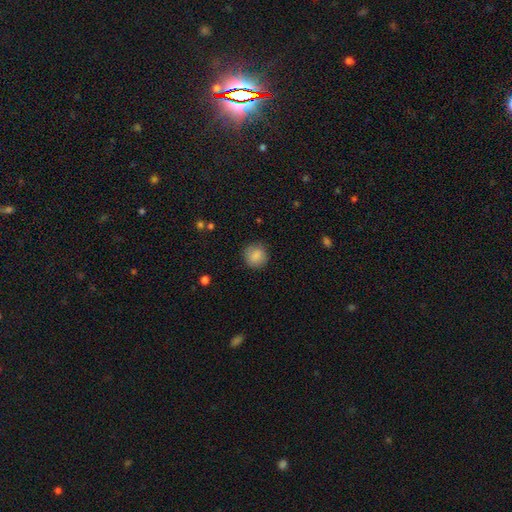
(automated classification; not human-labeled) A smooth galaxy with no disk features (87%) that is round (88%). Merging: none (85%).